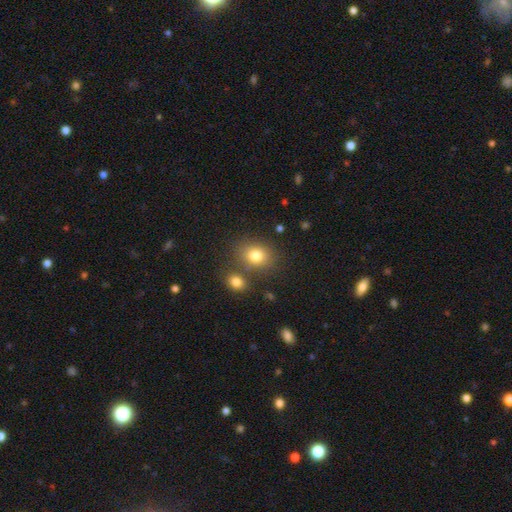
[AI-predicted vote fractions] This appears to be a smooth galaxy with no disk features (79%) that is round (52%). Merging: none (69%).